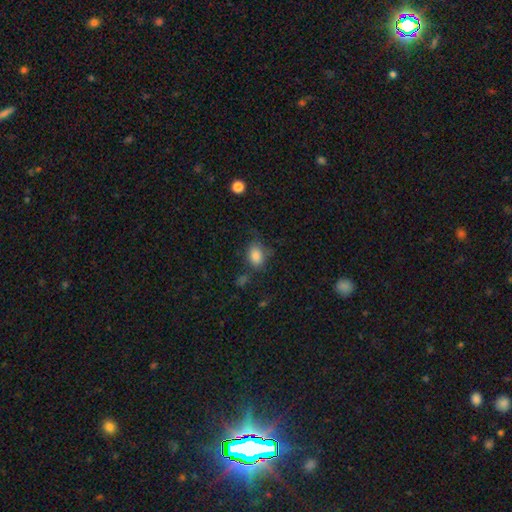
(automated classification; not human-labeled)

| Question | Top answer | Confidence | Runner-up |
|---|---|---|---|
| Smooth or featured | smooth | 84% | star or artifact (9%) |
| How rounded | in between | 78% | round (20%) |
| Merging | none | 61% | minor disturbance (24%) |